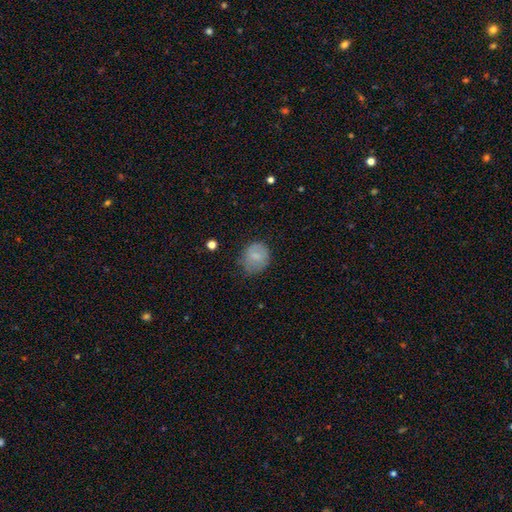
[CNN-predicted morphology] A smooth galaxy with no disk features (78%) that is round (71%).

Vote fractions:
- Smooth or featured? smooth: 78% / featured or disk: 14% / star or artifact: 8%
- How rounded? round: 71% / in between: 28% / cigar-shaped: 1%
- Merging? none: 59% / minor disturbance: 30% / major disturbance: 10% / merger: 2%